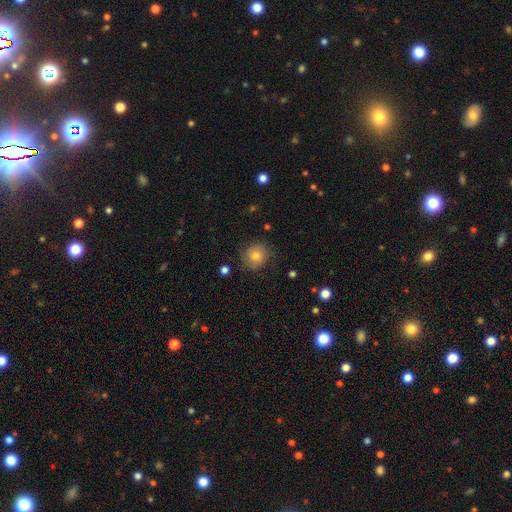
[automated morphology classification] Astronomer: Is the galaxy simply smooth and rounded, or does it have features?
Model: smooth — 70%.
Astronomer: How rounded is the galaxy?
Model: round — 84%.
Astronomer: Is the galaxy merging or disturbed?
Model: none — 79%.